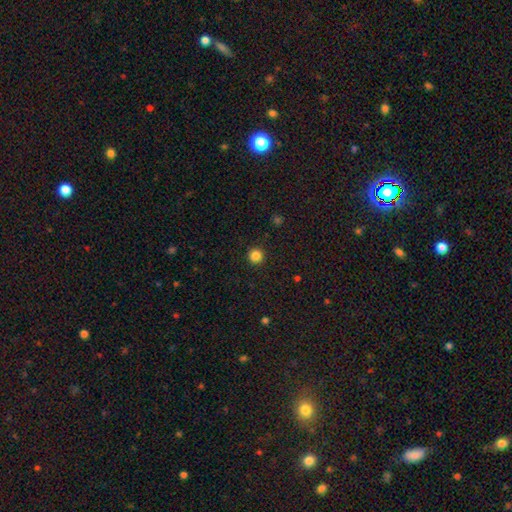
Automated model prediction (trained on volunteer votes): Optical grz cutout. It shows a smooth galaxy with no disk features (85%) that is round (96%). Merging: none (93%).